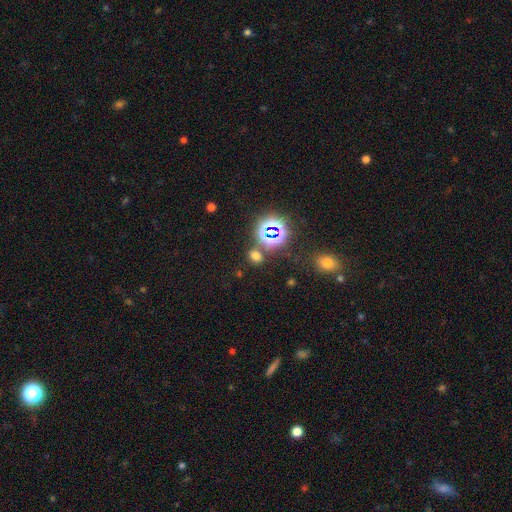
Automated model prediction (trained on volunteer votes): Q: Smooth or featured?
A: smooth (56%); runner-up: star or artifact (37%)
Q: How rounded?
A: round (52%); runner-up: in between (47%)
Q: Merging?
A: none (77%); runner-up: minor disturbance (10%)